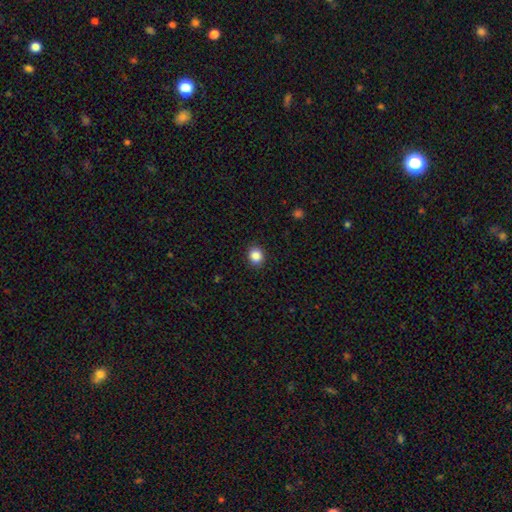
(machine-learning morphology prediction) Smooth or featured? Predicted: smooth (p=0.87). How rounded? Predicted: round (p=0.81). Merging? Predicted: none (p=0.91).